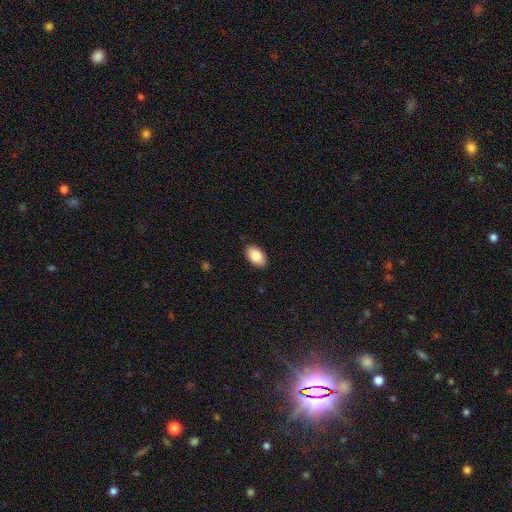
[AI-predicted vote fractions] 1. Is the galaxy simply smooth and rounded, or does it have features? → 84% smooth, 9% featured or disk, 7% star or artifact.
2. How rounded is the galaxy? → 93% in between, 5% round, 1% cigar-shaped.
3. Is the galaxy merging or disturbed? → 88% none, 10% minor disturbance, 2% major disturbance, 1% merger.